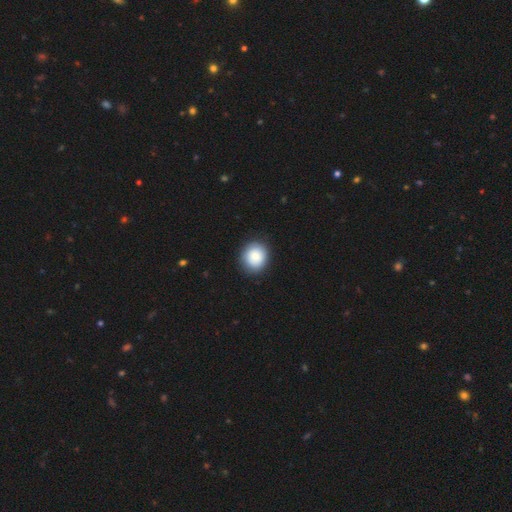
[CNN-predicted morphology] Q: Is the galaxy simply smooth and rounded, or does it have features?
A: smooth — 85%.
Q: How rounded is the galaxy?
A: round — 77%.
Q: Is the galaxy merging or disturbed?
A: none — 88%.